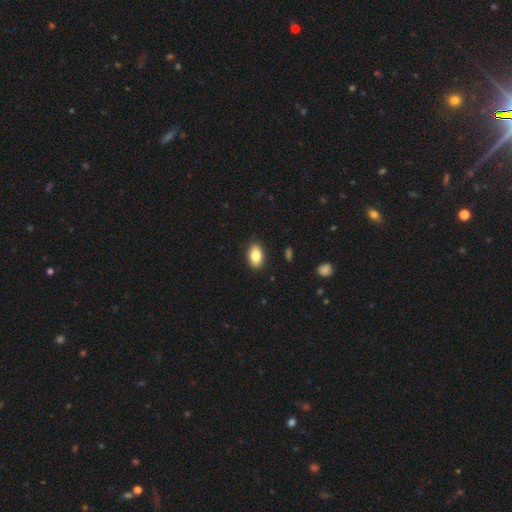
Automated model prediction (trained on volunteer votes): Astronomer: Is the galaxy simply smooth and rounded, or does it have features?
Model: smooth — 84%.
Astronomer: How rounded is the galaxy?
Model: in between — 92%.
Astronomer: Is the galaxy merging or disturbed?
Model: none — 88%.